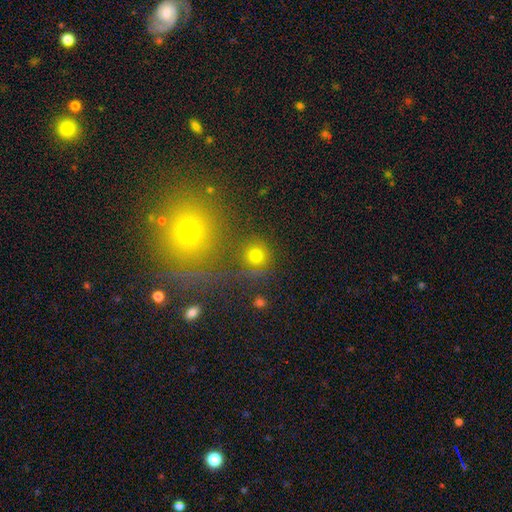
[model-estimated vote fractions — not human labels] Smooth or featured? smooth (75%)
How rounded? round (92%)
Merging? none (81%)